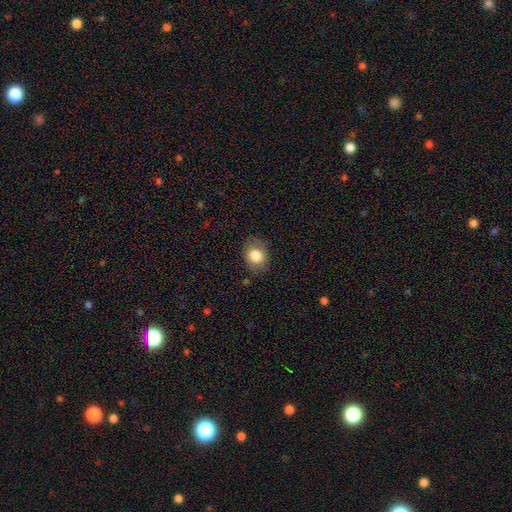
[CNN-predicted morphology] Q: Smooth or featured?
A: smooth (83%); runner-up: featured or disk (9%)
Q: How rounded?
A: in between (53%); runner-up: round (46%)
Q: Merging?
A: none (81%); runner-up: minor disturbance (14%)